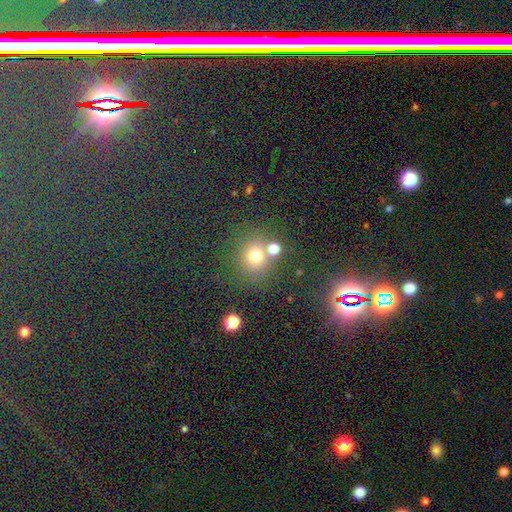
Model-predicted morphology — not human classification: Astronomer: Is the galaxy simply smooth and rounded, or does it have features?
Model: smooth — 71%.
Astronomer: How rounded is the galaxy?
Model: round — 85%.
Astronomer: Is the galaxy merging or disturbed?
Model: none — 62%.